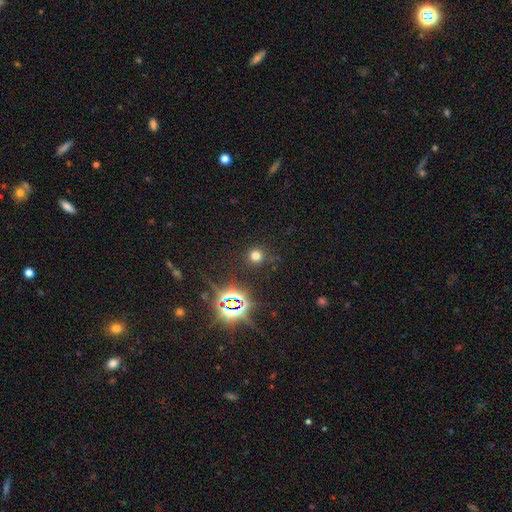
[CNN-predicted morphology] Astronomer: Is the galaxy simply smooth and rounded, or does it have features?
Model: smooth — 65%.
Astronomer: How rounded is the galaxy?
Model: round — 93%.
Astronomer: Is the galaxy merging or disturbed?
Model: none — 87%.